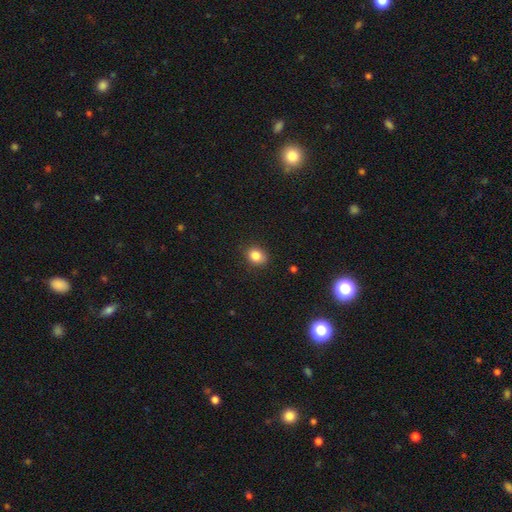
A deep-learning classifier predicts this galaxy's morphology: Smooth or featured? Predicted: smooth (p=0.84). How rounded? Predicted: round (p=0.62). Merging? Predicted: none (p=0.86).